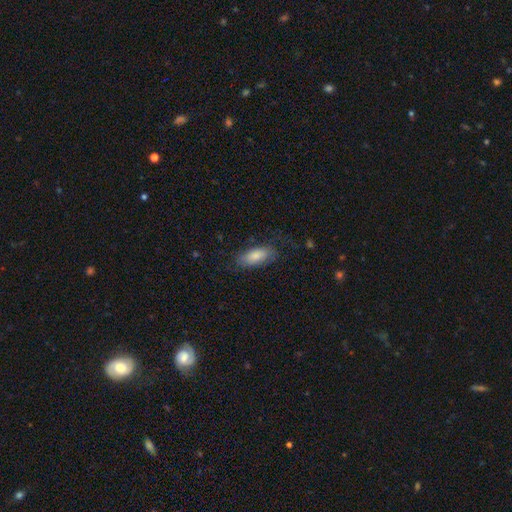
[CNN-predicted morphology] The model was most divided on "merging": none: 67%, minor disturbance: 22%, major disturbance: 10%, merger: 1%. More confident: how rounded — in between (85%); smooth or featured — smooth (76%).